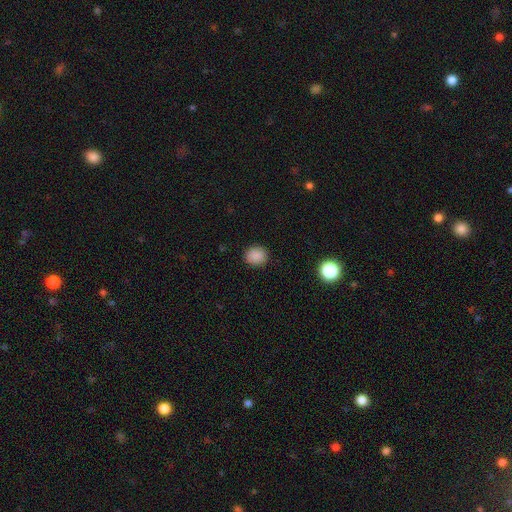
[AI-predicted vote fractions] A smooth galaxy with no disk features (88%) that is round (83%).

Vote fractions:
- Smooth or featured? smooth: 88% / star or artifact: 10% / featured or disk: 3%
- How rounded? round: 83% / in between: 16% / cigar-shaped: 1%
- Merging? none: 90% / minor disturbance: 7% / major disturbance: 2% / merger: 1%